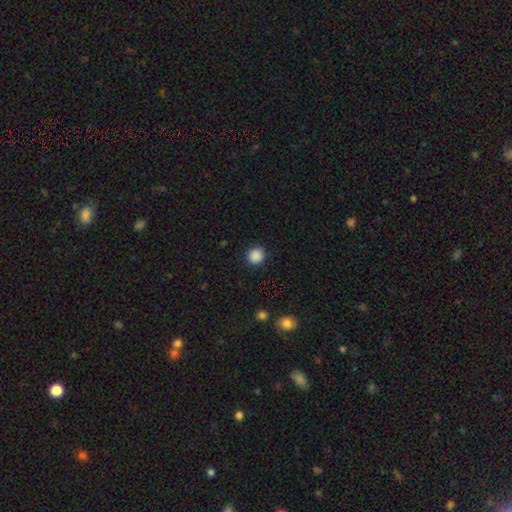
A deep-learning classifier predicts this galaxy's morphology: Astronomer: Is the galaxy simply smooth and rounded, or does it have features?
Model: smooth — 88%.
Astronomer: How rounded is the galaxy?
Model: round — 92%.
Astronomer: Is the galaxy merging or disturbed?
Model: none — 91%.